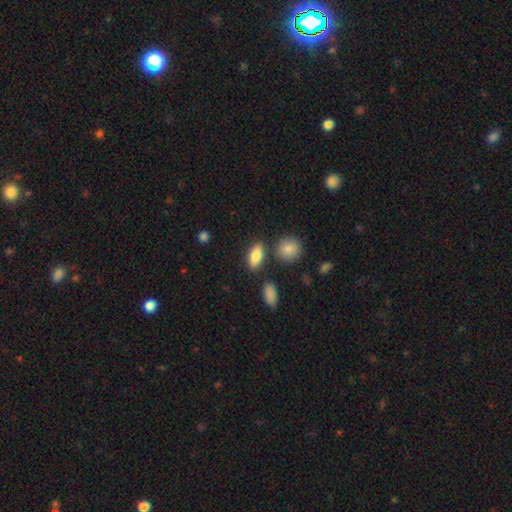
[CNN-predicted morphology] This is clearly a smooth galaxy (85%). How rounded: clearly in between (86%). Merging: likely none (79%).